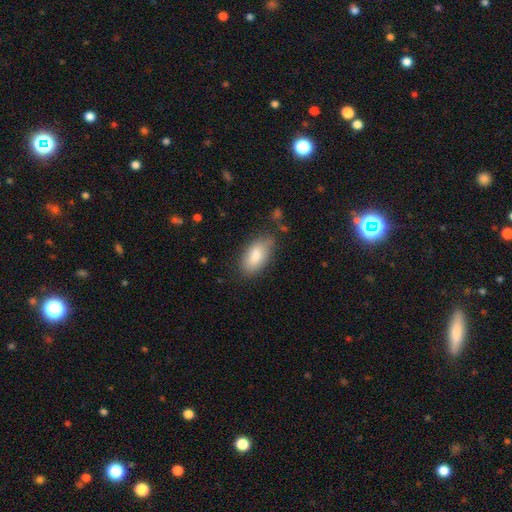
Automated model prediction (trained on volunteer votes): A smooth galaxy with no disk features (85%) that is in between round and cigar-shaped (92%).

Vote fractions:
- Smooth or featured? smooth: 85% / featured or disk: 9% / star or artifact: 6%
- How rounded? in between: 92% / cigar-shaped: 5% / round: 3%
- Merging? none: 70% / minor disturbance: 22% / major disturbance: 5% / merger: 2%